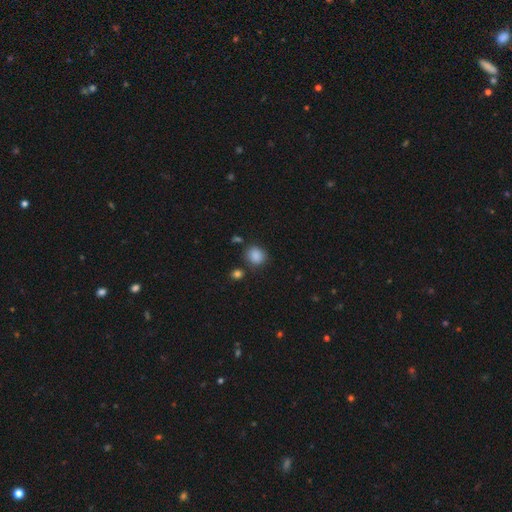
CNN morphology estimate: Q: Smooth or featured?
A: smooth (87%); runner-up: star or artifact (10%)
Q: How rounded?
A: round (76%); runner-up: in between (23%)
Q: Merging?
A: none (76%); runner-up: minor disturbance (14%)